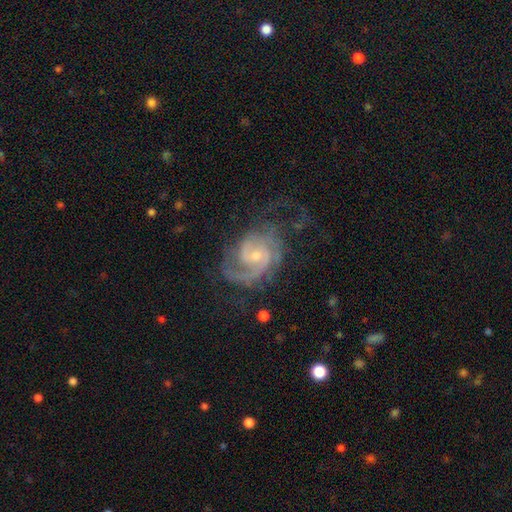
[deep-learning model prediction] featured or disk 89%, smooth 6%, star or artifact 5%. Down the decision tree: edge-on disk — no (98%); bar — no (52%); spiral arms — yes (97%); spiral arm count — 2 (61%); spiral winding — medium (47%); bulge size — small (59%); merging — none (57%).